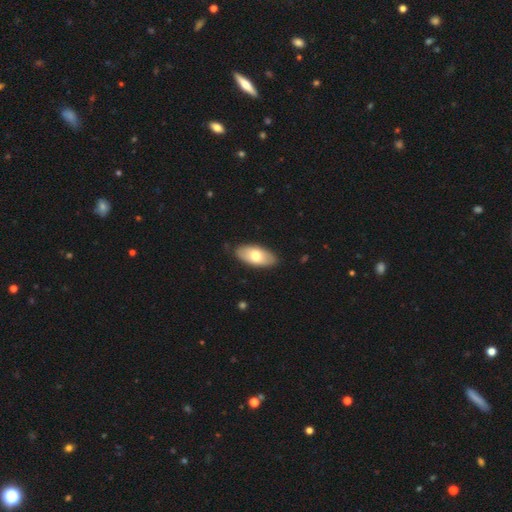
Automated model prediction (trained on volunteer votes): This is likely a smooth galaxy (67%). How rounded: clearly in between (92%). Merging: clearly none (86%).